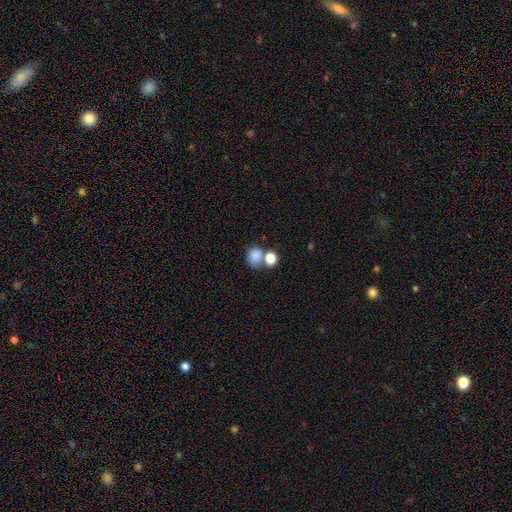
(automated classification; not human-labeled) This is clearly a smooth galaxy (82%). How rounded: likely round (65%). Merging: marginally none (44%).